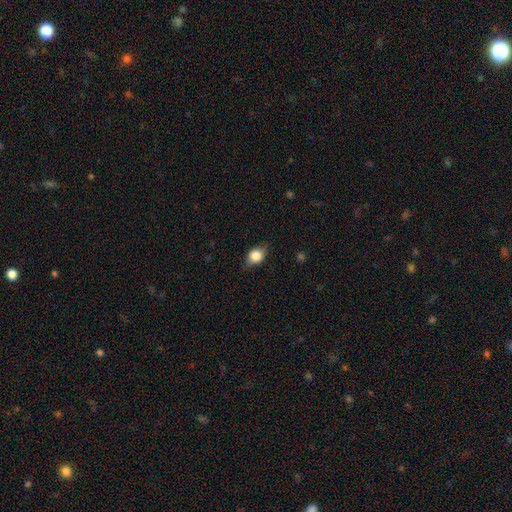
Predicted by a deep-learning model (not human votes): A smooth galaxy with no disk features (78%) that is in between round and cigar-shaped (59%). Merging: none (76%).